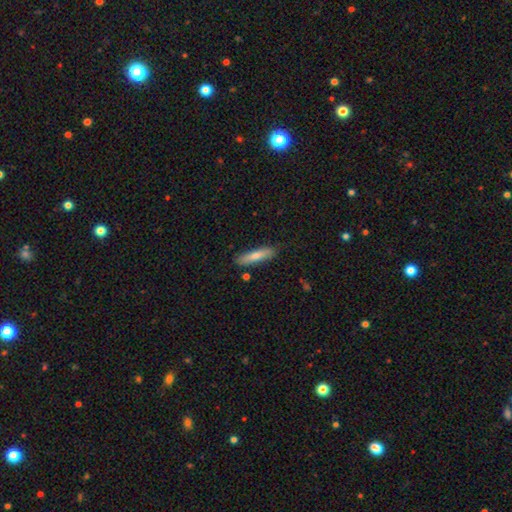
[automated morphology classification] A smooth galaxy with no disk features (69%) that is cigar-shaped (81%). Merging: none (86%).